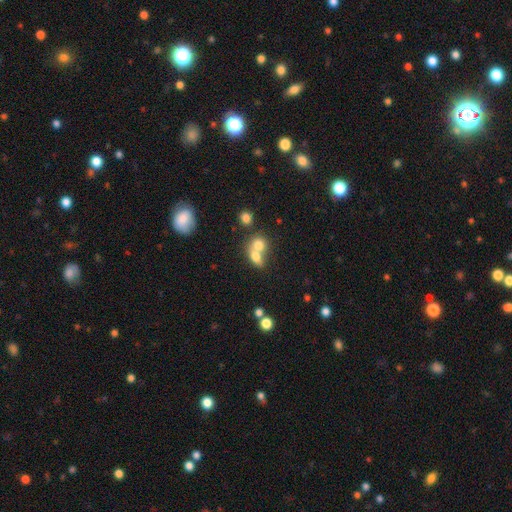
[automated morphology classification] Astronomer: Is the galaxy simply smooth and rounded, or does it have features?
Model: smooth — 72%.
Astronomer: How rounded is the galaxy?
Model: in between — 57% (runner-up: round, 40%).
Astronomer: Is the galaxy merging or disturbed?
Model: merger — 67%.